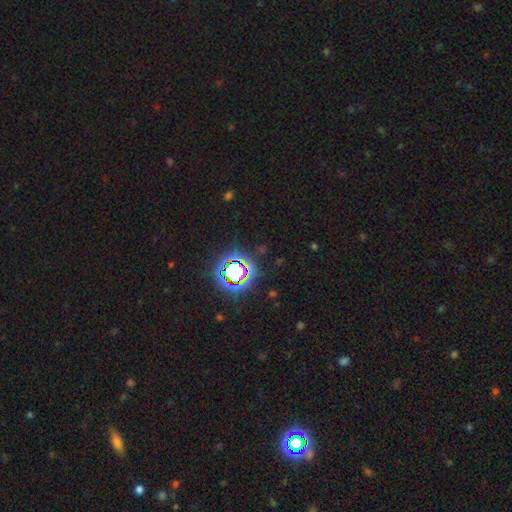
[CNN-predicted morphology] Q: Smooth or featured?
A: star or artifact (81%); runner-up: smooth (13%)